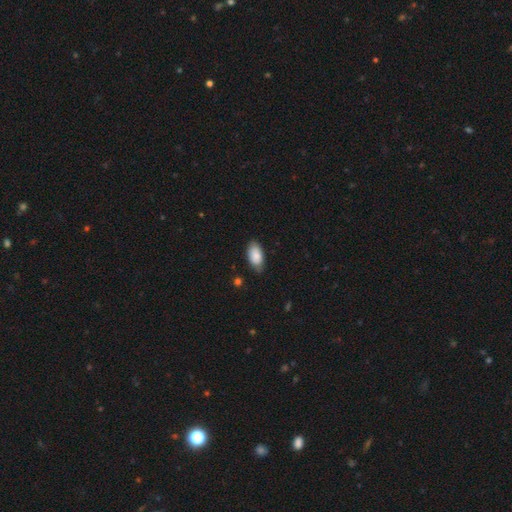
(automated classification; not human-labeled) This is clearly a smooth galaxy (84%). How rounded: clearly in between (94%). Merging: likely none (76%).